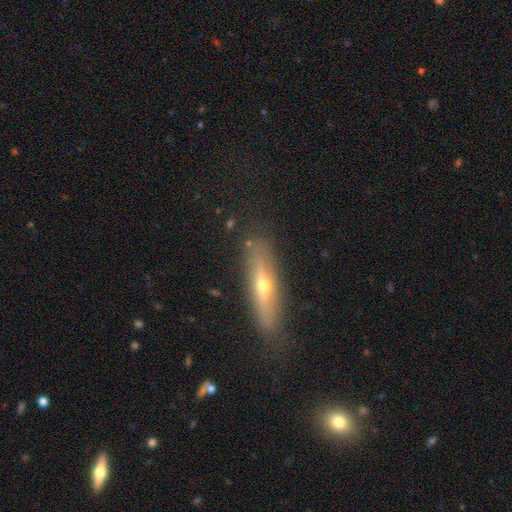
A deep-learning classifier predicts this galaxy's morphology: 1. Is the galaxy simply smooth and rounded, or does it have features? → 56% featured or disk, 35% smooth, 9% star or artifact.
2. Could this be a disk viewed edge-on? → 79% yes, 21% no.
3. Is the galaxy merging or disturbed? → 81% none, 13% minor disturbance, 4% major disturbance, 2% merger.